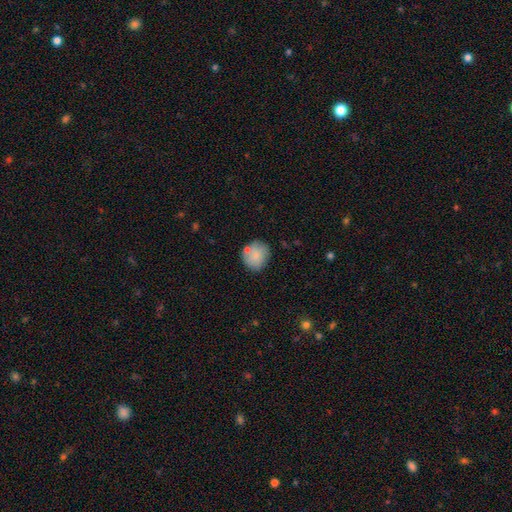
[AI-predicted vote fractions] This appears to be a smooth galaxy with no disk features (81%) that is round (80%). Merging: none (68%).